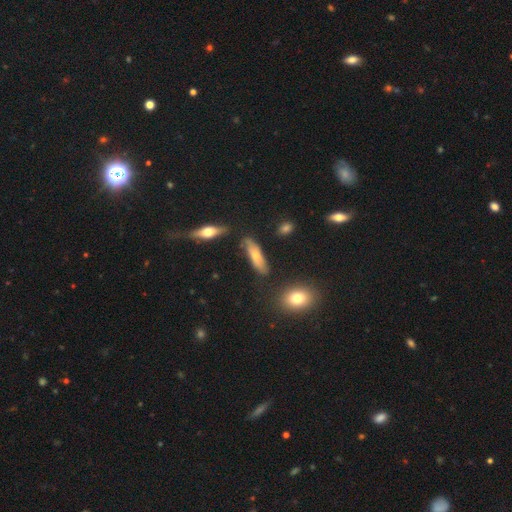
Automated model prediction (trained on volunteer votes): Smooth or featured? Predicted: smooth (p=0.56). How rounded? Predicted: cigar-shaped (p=0.55). Merging? Predicted: none (p=0.74).